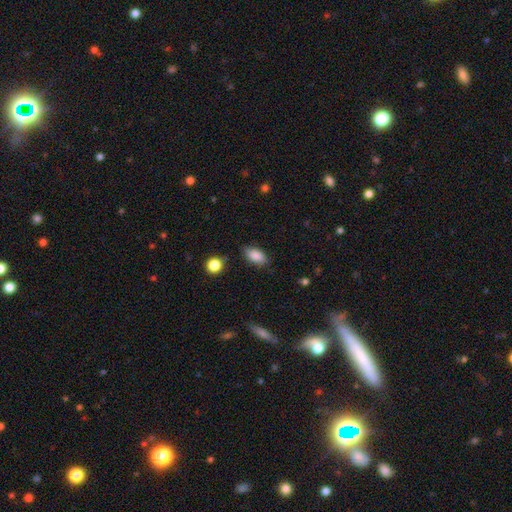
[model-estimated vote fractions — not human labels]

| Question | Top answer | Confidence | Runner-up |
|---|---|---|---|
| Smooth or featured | smooth | 86% | star or artifact (8%) |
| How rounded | in between | 91% | cigar-shaped (5%) |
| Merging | none | 81% | minor disturbance (14%) |